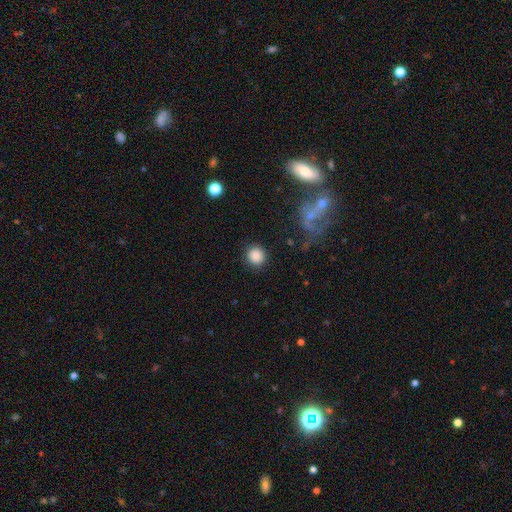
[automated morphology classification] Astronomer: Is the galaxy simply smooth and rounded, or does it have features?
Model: smooth — 87%.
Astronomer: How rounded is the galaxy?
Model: round — 91%.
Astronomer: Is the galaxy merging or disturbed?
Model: none — 88%.